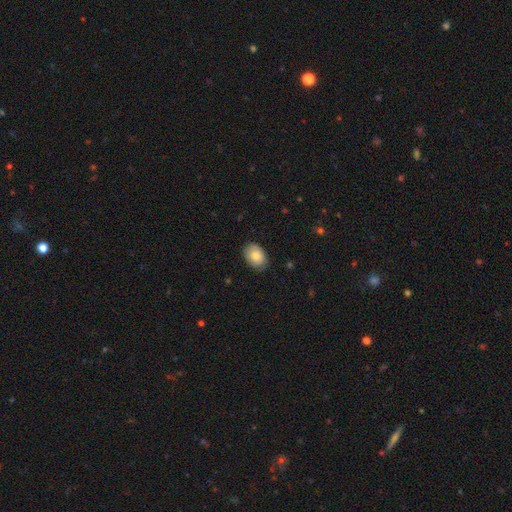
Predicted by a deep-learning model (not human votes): This appears to be a smooth galaxy with no disk features (79%) that is in between round and cigar-shaped (82%). Merging: none (83%).